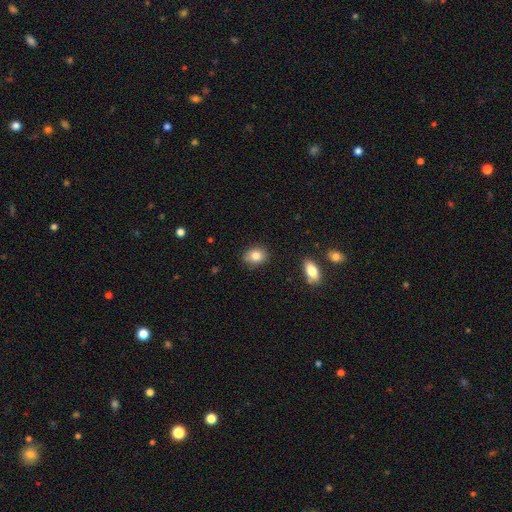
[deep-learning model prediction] Smooth or featured? smooth (83%)
How rounded? in between (56%)
Merging? none (84%)